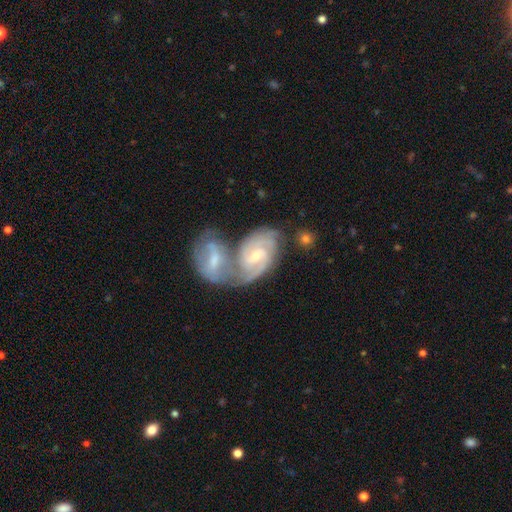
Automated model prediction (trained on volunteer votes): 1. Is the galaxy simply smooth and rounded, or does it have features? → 86% featured or disk, 9% smooth, 5% star or artifact.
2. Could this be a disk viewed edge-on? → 97% no, 3% yes.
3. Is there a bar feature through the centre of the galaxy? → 54% weak, 28% no, 19% strong.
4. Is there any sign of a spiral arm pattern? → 97% yes, 3% no.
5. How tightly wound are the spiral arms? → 51% tight, 40% medium, 9% loose.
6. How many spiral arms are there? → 50% 2, 19% 3, 19% can't tell, 5% 4, 4% 1, 3% more than 4.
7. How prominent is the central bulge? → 55% small, 39% moderate, 3% none, 2% large, 1% dominant.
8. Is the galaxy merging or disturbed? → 65% merger, 22% none, 8% minor disturbance, 5% major disturbance.